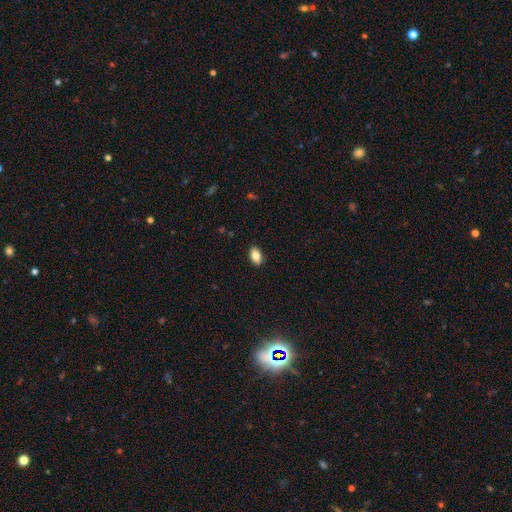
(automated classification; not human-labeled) This appears to be a smooth galaxy with no disk features (82%) that is in between round and cigar-shaped (91%). Merging: none (89%).